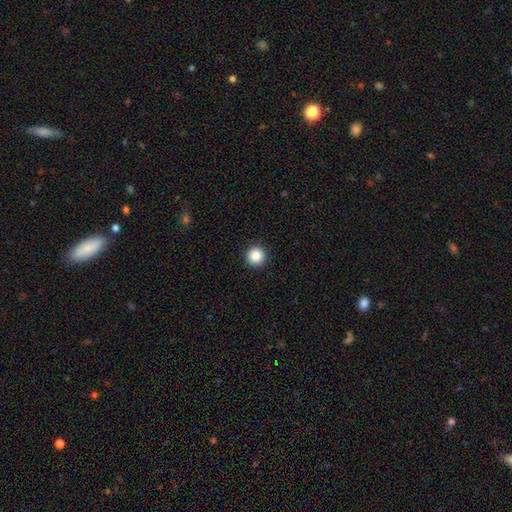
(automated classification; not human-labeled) smooth-or-featured: smooth: 86% | star or artifact: 10% | featured or disk: 4%
  how-rounded: round: 96% | in between: 3% | cigar-shaped: 1%
  merging: none: 93% | minor disturbance: 4% | major disturbance: 1% | merger: 1%